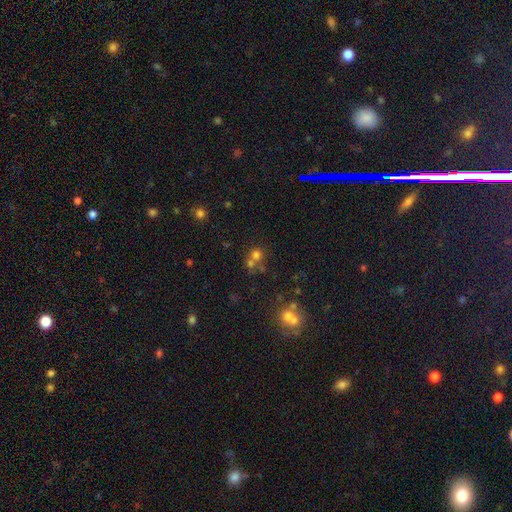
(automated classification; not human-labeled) This is likely a smooth galaxy (63%). How rounded: clearly round (86%). Merging: possibly none (49%).